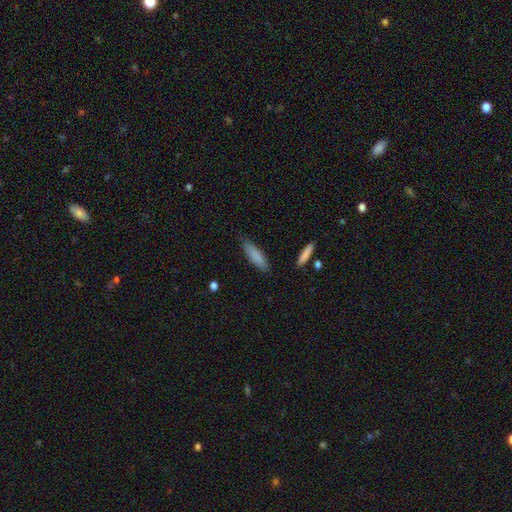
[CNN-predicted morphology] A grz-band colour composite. It shows a smooth galaxy with no disk features (83%) that is cigar-shaped (68%). Merging: none (81%).